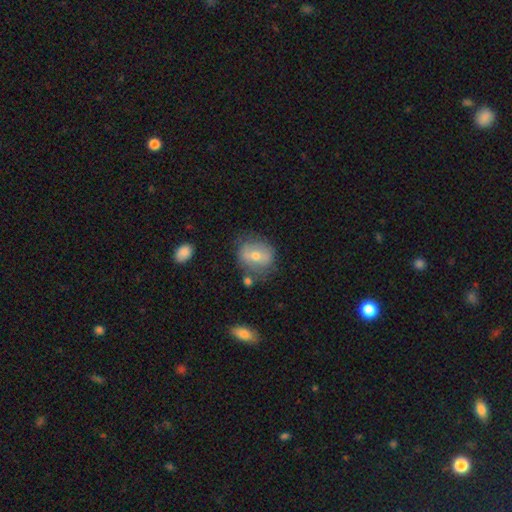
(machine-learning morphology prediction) smooth 52%, featured or disk 40%, star or artifact 8%. Down the decision tree: how rounded — round (56%); merging — none (65%).